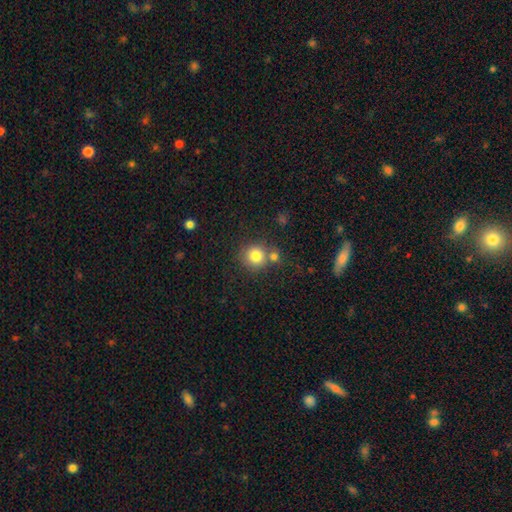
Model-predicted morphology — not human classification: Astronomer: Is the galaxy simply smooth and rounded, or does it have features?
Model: smooth — 81%.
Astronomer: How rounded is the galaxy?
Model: round — 91%.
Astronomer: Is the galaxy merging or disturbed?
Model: none — 64%.